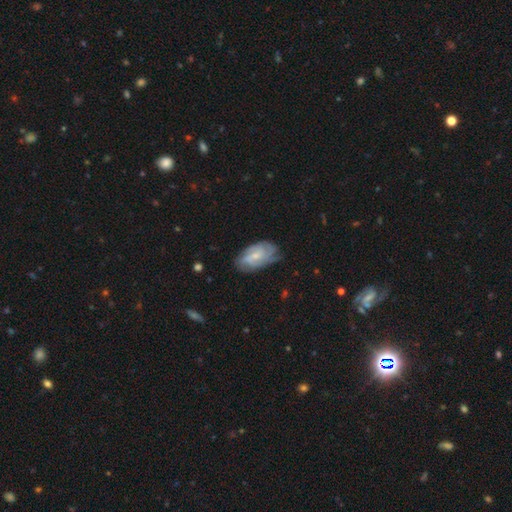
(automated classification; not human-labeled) smooth-or-featured: featured or disk: 70% | smooth: 23% | star or artifact: 7%
  disk-edge-on: no: 96% | yes: 4%
    bar: no: 49% | weak: 42% | strong: 9%
    has-spiral-arms: yes: 92% | no: 8%
      spiral-winding: tight: 50% | medium: 37% | loose: 13%
      spiral-arm-count: can't tell: 33% | 3: 23% | 2: 20% | 4: 16% | more than 4: 5% | 1: 4%
    bulge-size: small: 60% | moderate: 31% | none: 6% | large: 2% | dominant: 1%
  merging: none: 69% | minor disturbance: 23% | major disturbance: 7% | merger: 1%